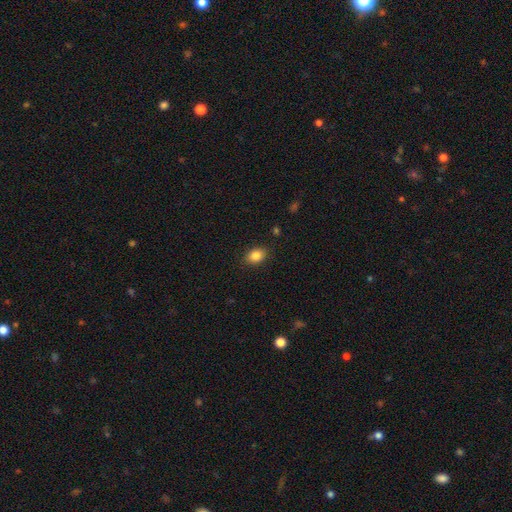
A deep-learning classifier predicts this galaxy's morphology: smooth 85%, star or artifact 9%, featured or disk 6%. Down the decision tree: how rounded — in between (71%); merging — none (88%).